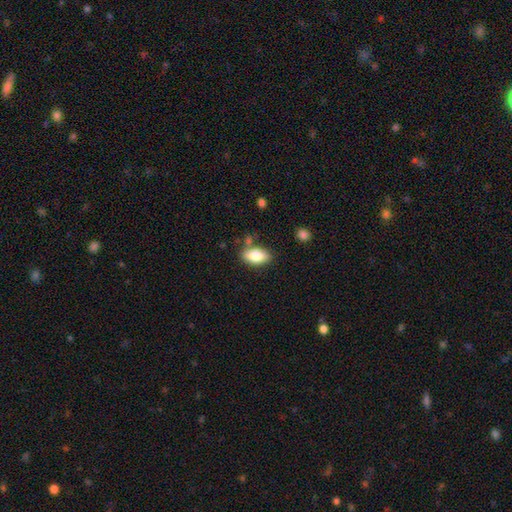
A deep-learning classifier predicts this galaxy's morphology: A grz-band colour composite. It shows a smooth galaxy with no disk features (79%) that is in between round and cigar-shaped (90%). Merging: none (75%).